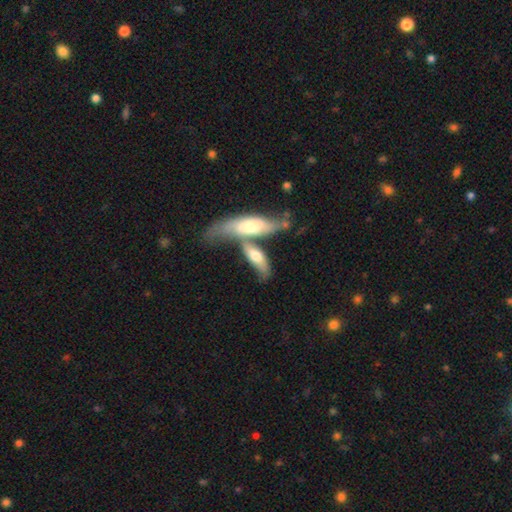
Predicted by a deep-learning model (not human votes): smooth 57%, featured or disk 38%, star or artifact 6%. Down the decision tree: how rounded — in between (55%); merging — merger (59%).